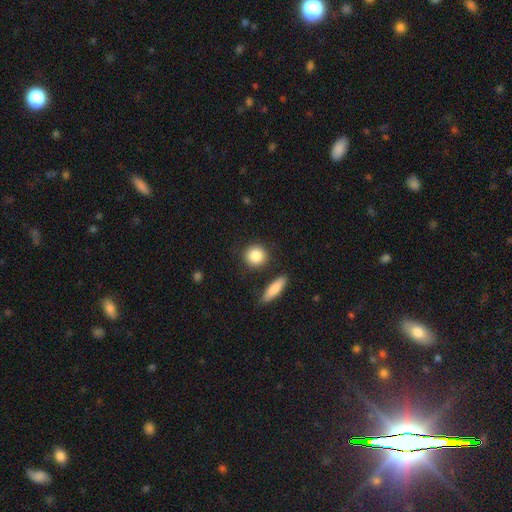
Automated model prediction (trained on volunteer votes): Smooth or featured: smooth — 86% (star or artifact — 7%)
How rounded: round — 82% (in between — 15%)
Merging: none — 84% (minor disturbance — 8%)